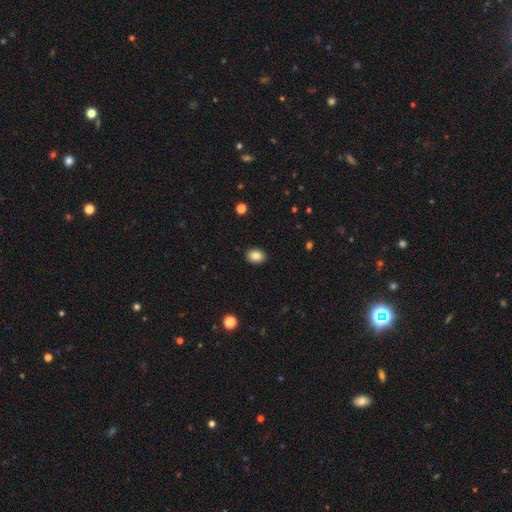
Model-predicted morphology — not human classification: Smooth or featured? smooth (85%)
How rounded? in between (71%)
Merging? none (91%)